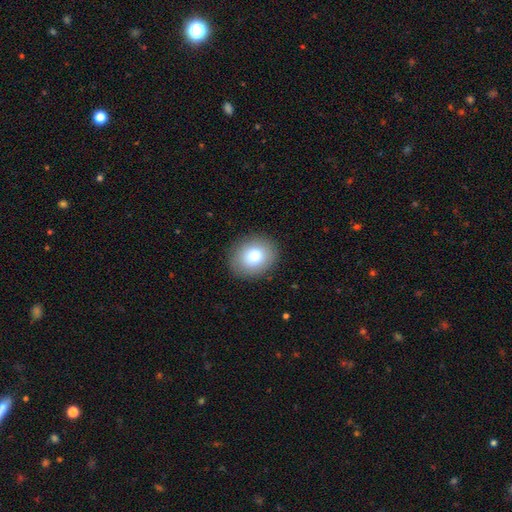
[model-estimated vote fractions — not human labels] The model was most divided on "how rounded": round: 63%, in between: 36%, cigar-shaped: 1%. More confident: merging — none (89%); smooth or featured — smooth (78%).